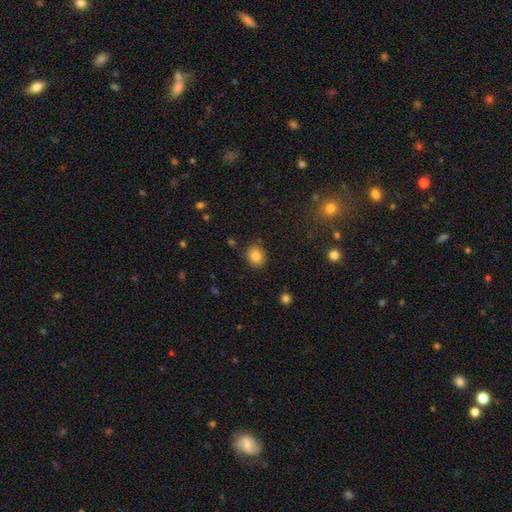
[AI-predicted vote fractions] Morphology: type=smooth (84%); roundness=round (66%); merging=none (86%).